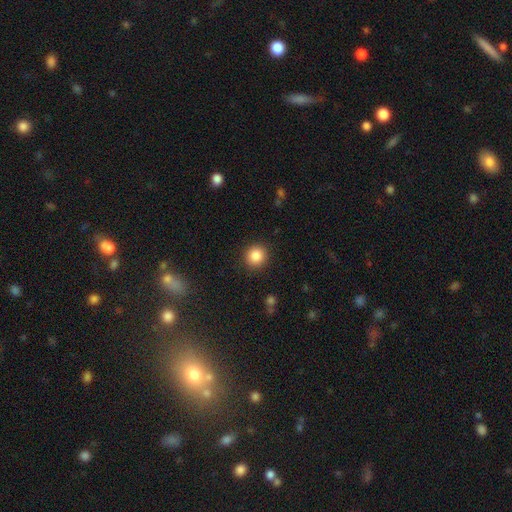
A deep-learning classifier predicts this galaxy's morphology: smooth-or-featured: smooth: 86% | star or artifact: 10% | featured or disk: 4%
  how-rounded: round: 92% | in between: 7% | cigar-shaped: 1%
  merging: none: 91% | minor disturbance: 6% | major disturbance: 2% | merger: 1%